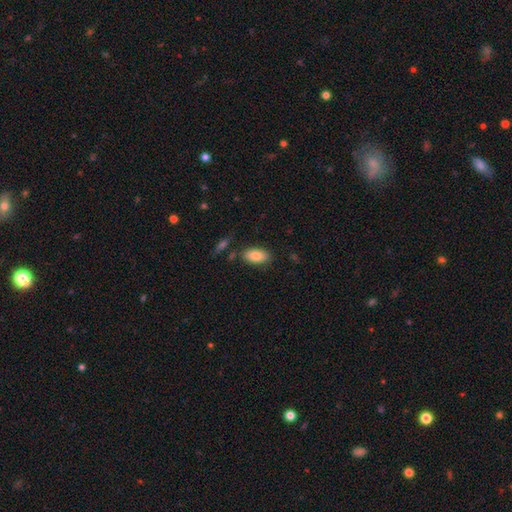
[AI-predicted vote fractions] A smooth galaxy with no disk features (86%) that is in between round and cigar-shaped (92%). Merging: none (82%).